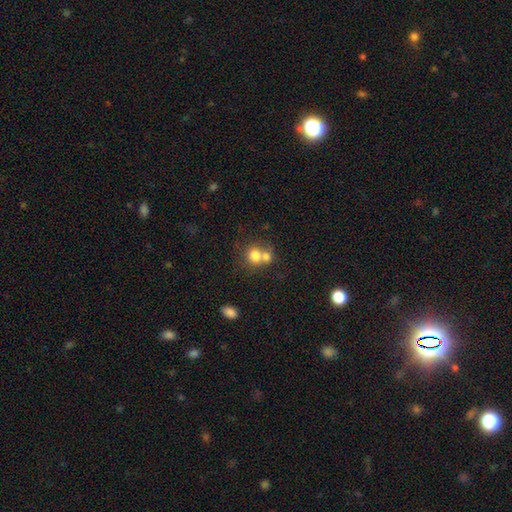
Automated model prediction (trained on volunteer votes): smooth_or_featured: smooth (p=0.75) [alt: featured or disk p=0.14]
how_rounded: round (p=0.79) [alt: in between p=0.21]
merging: merger (p=0.56) [alt: none p=0.34]